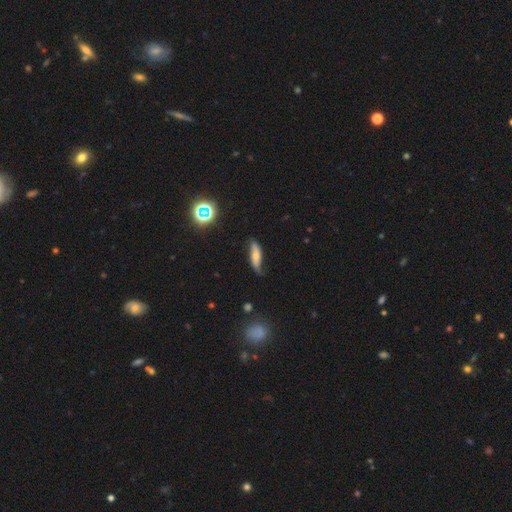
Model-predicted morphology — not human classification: A featured or disk galaxy (50%). Merging: none (61%).